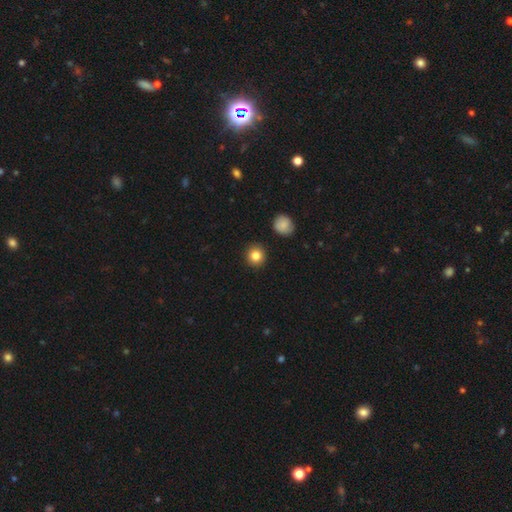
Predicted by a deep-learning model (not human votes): Q: Smooth or featured?
A: smooth (84%); runner-up: star or artifact (10%)
Q: How rounded?
A: round (93%); runner-up: in between (6%)
Q: Merging?
A: none (92%); runner-up: minor disturbance (5%)